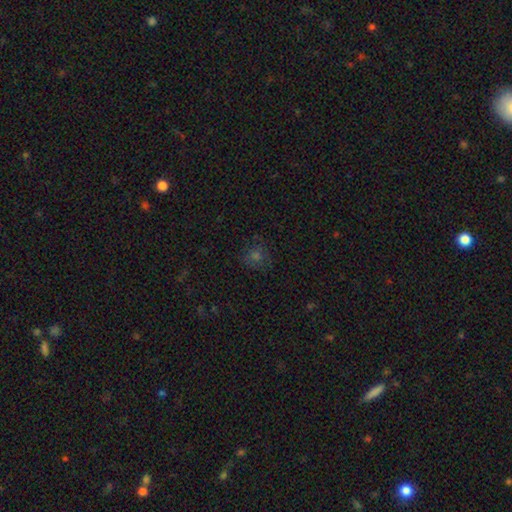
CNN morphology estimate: smooth_or_featured: smooth (p=0.59) [alt: star or artifact p=0.30]
how_rounded: round (p=0.86) [alt: in between p=0.13]
merging: none (p=0.82) [alt: minor disturbance p=0.12]